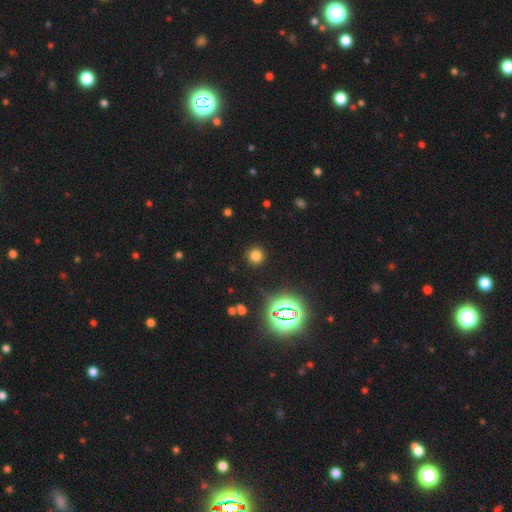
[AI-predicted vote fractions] Smooth or featured: smooth — 72% (star or artifact — 22%)
How rounded: round — 93% (in between — 6%)
Merging: none — 90% (minor disturbance — 6%)